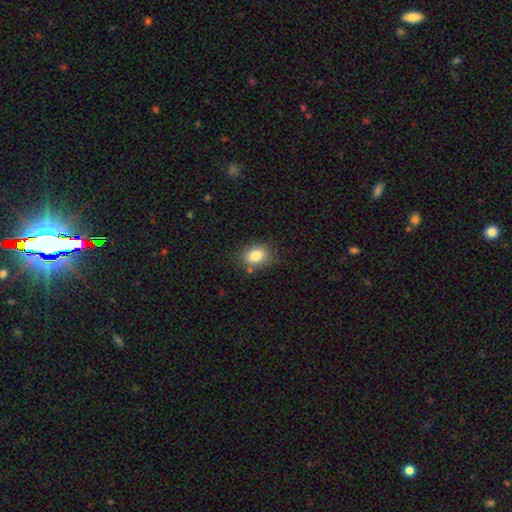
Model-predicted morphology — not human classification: smooth-or-featured: smooth: 84% | star or artifact: 9% | featured or disk: 7%
  how-rounded: in between: 73% | round: 26% | cigar-shaped: 1%
  merging: none: 80% | minor disturbance: 13% | merger: 4% | major disturbance: 3%